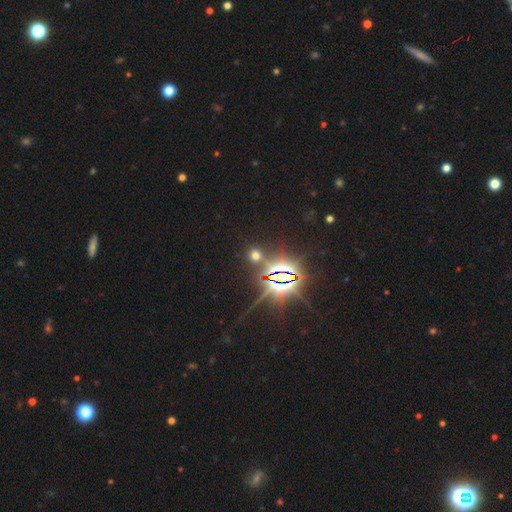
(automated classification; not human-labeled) Smooth or featured? star or artifact (51%)